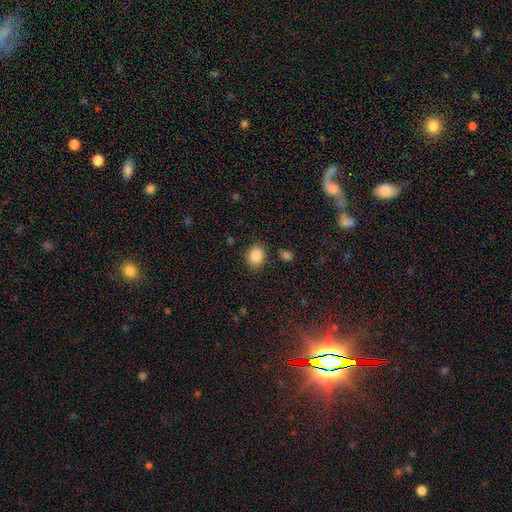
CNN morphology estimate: smooth_or_featured: smooth (p=0.87) [alt: star or artifact p=0.09]
how_rounded: in between (p=0.53) [alt: round p=0.46]
merging: none (p=0.83) [alt: minor disturbance p=0.11]